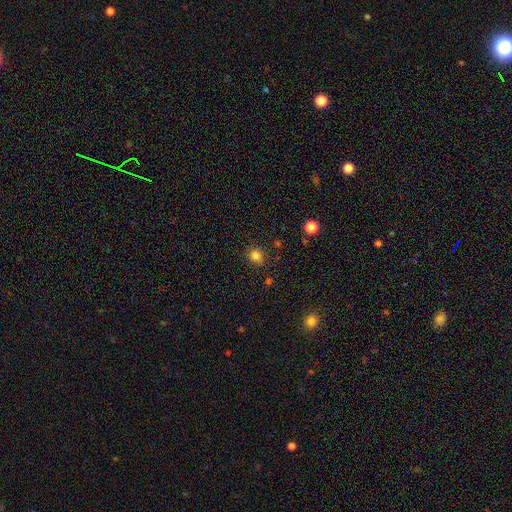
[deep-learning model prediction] Smooth or featured? smooth (81%)
How rounded? round (85%)
Merging? none (84%)